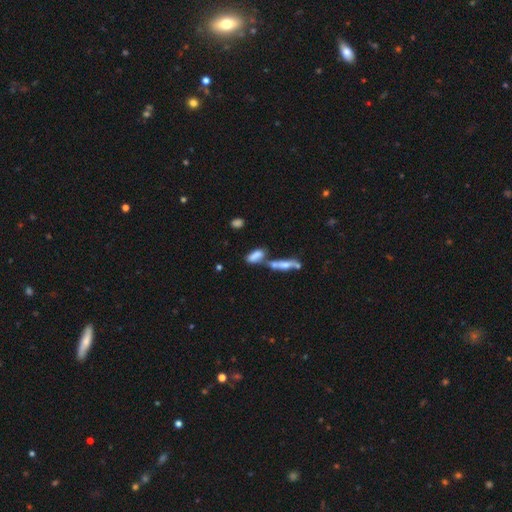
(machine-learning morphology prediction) Smooth or featured? Predicted: smooth (p=0.70). How rounded? Predicted: in between (p=0.65). Merging? Predicted: merger (p=0.49).